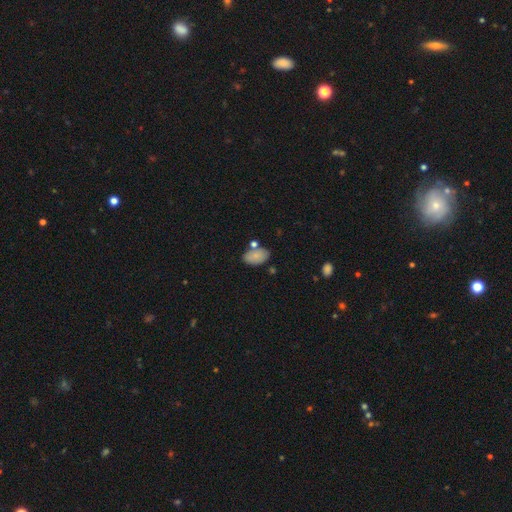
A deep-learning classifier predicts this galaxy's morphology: This is clearly a smooth galaxy (81%). How rounded: clearly in between (92%). Merging: likely none (67%).